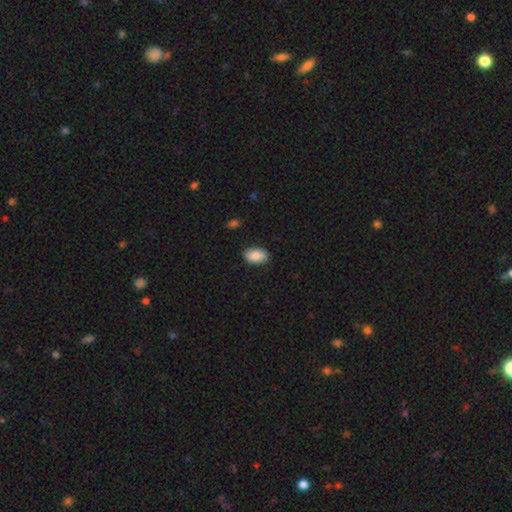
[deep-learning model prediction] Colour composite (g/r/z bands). It shows a smooth galaxy with no disk features (87%) that is in between round and cigar-shaped (92%). Merging: none (86%).